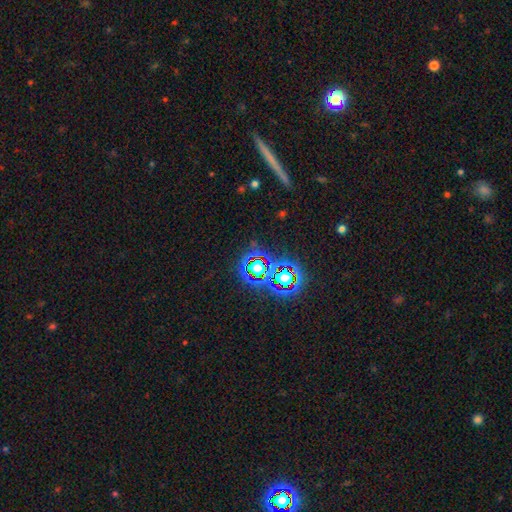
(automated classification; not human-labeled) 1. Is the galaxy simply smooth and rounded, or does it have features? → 69% star or artifact, 17% smooth, 14% featured or disk.